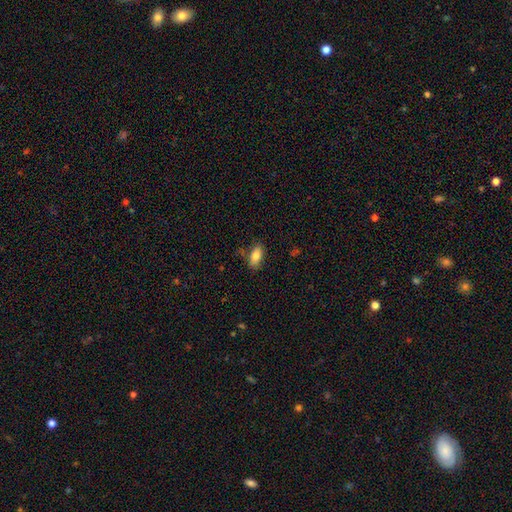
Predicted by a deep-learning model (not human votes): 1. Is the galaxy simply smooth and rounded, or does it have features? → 80% smooth, 12% featured or disk, 7% star or artifact.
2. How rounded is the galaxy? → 89% in between, 7% cigar-shaped, 4% round.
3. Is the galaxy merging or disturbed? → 78% none, 15% minor disturbance, 3% major disturbance, 3% merger.